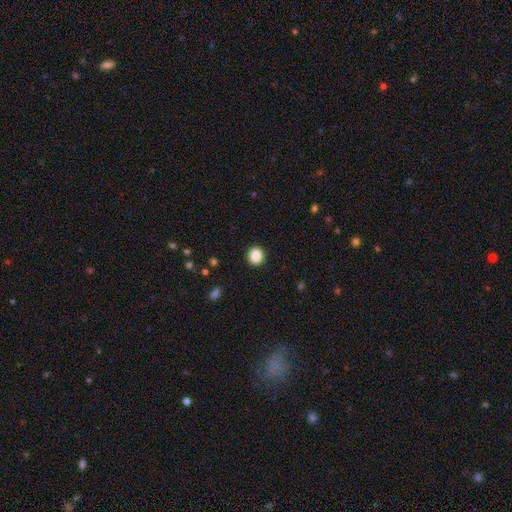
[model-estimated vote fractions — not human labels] The model was most divided on "how rounded": round: 83%, in between: 16%, cigar-shaped: 1%. More confident: merging — none (92%); smooth or featured — smooth (88%).